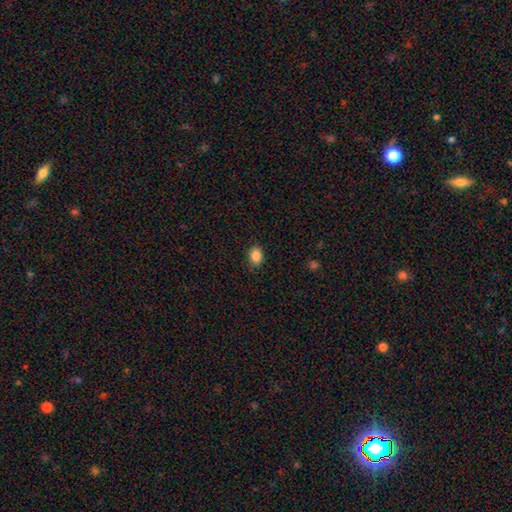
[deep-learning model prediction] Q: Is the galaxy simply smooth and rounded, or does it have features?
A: smooth — 87%.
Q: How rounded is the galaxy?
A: in between — 73%.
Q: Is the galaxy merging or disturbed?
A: none — 83%.